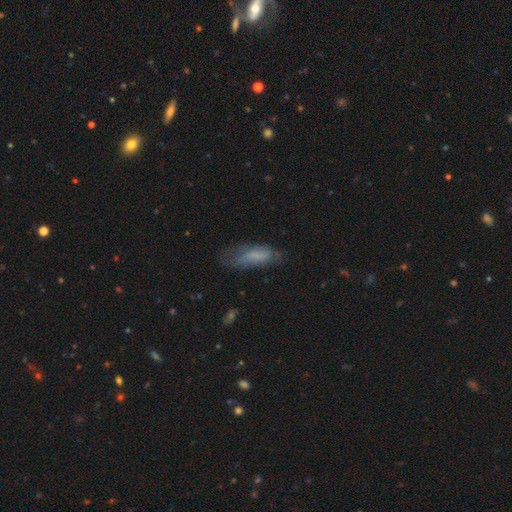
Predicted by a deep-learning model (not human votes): Overall: smooth (60%; featured or disk 30%). How rounded: in between (62%; cigar-shaped 36%). Merging: none (49%; minor disturbance 31%).